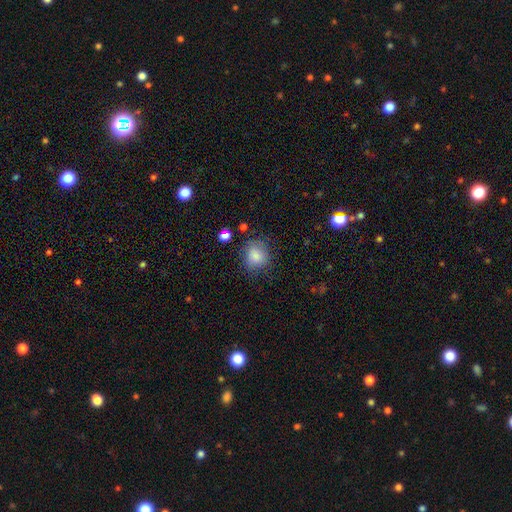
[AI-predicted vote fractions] Smooth or featured?
  - smooth: 84% *
  - star or artifact: 10%
  - featured or disk: 6%
How rounded?
  - round: 71% *
  - in between: 28%
  - cigar-shaped: 1%
Merging?
  - none: 74% *
  - minor disturbance: 17%
  - major disturbance: 6%
  - merger: 2%